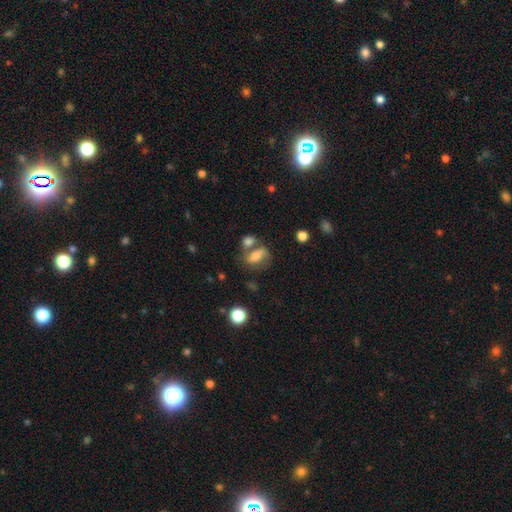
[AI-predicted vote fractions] This is possibly a smooth galaxy (50%). Merging: marginally none (42%).